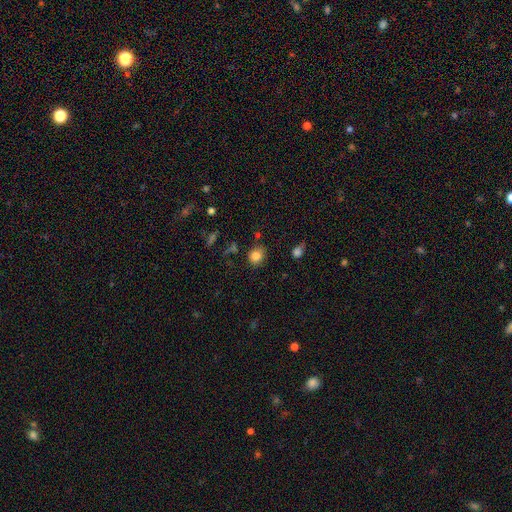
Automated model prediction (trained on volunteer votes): smooth 82%, star or artifact 11%, featured or disk 7%. Down the decision tree: how rounded — round (70%); merging — none (80%).